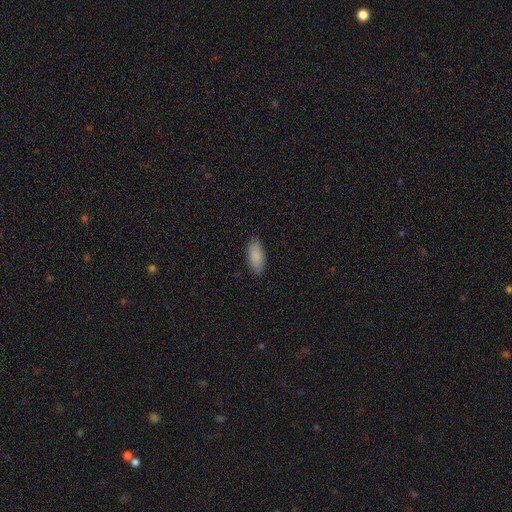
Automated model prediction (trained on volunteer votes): This appears to be a smooth galaxy with no disk features (89%) that is in between round and cigar-shaped (89%). Merging: none (87%).